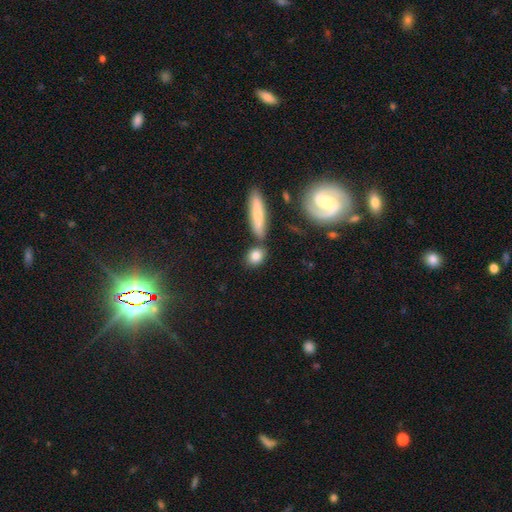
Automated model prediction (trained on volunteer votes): smooth_or_featured: smooth (p=0.82) [alt: featured or disk p=0.10]
how_rounded: in between (p=0.45) [tied with: round p=0.45]
merging: none (p=0.71) [alt: merger p=0.14]